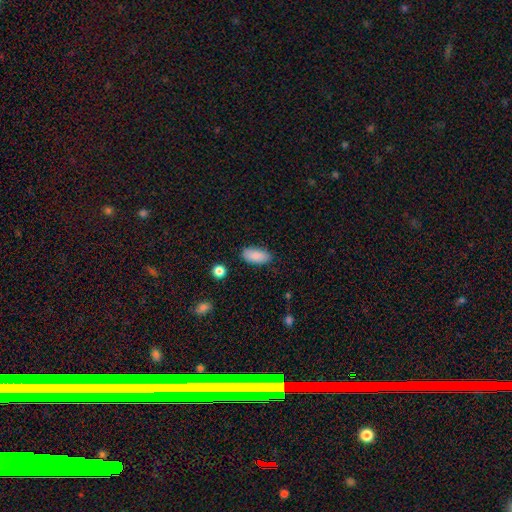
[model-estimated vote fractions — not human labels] smooth 88%, star or artifact 7%, featured or disk 5%. Down the decision tree: how rounded — in between (92%); merging — none (81%).